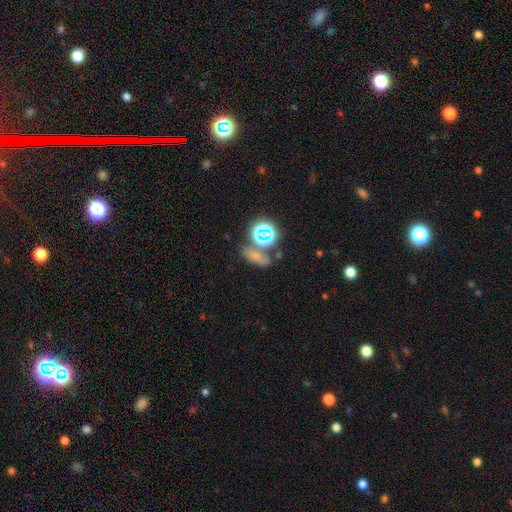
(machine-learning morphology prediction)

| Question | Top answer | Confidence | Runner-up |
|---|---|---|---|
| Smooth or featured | smooth | 55% | star or artifact (32%) |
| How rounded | in between | 61% | round (27%) |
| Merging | none | 55% | merger (22%) |